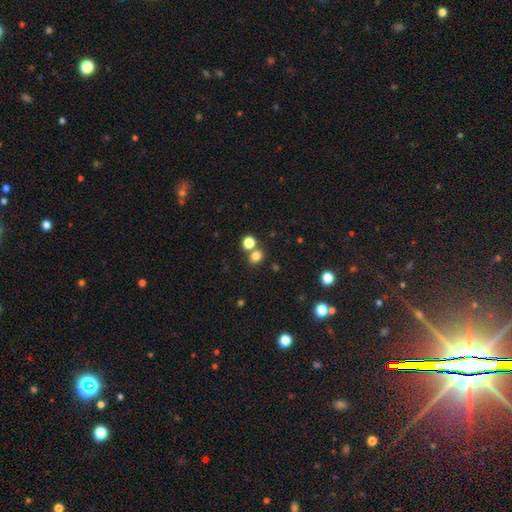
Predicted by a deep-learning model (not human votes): A smooth galaxy with no disk features (78%) that is round (69%).

Vote fractions:
- Smooth or featured? smooth: 78% / star or artifact: 16% / featured or disk: 6%
- How rounded? round: 69% / in between: 30% / cigar-shaped: 1%
- Merging? none: 64% / merger: 25% / minor disturbance: 8% / major disturbance: 3%